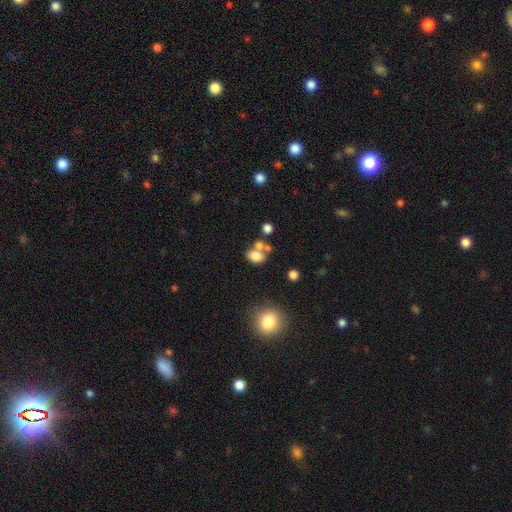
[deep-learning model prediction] smooth 76%, featured or disk 12%, star or artifact 12%. Down the decision tree: how rounded — in between (72%); merging — none (43%).